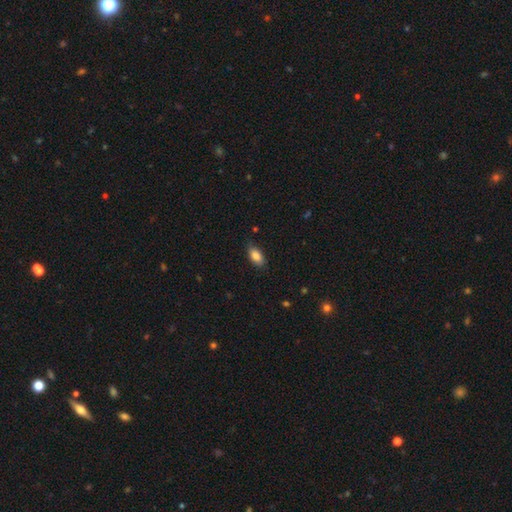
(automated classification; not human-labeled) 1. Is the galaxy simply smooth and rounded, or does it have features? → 86% smooth, 7% star or artifact, 7% featured or disk.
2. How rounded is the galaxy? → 90% in between, 7% cigar-shaped, 4% round.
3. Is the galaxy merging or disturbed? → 80% none, 16% minor disturbance, 3% major disturbance, 1% merger.